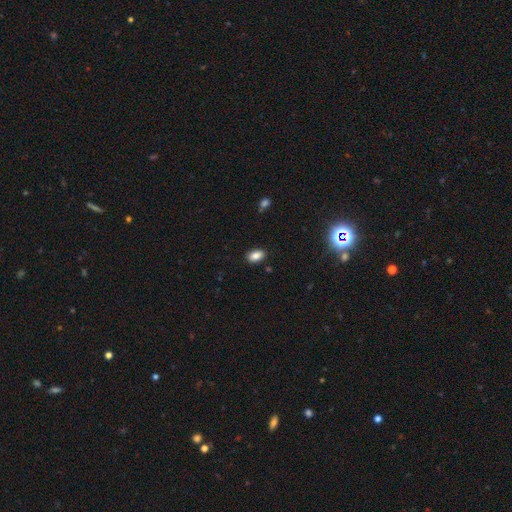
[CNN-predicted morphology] Smooth or featured? Predicted: smooth (p=0.85). How rounded? Predicted: in between (p=0.89). Merging? Predicted: none (p=0.87).